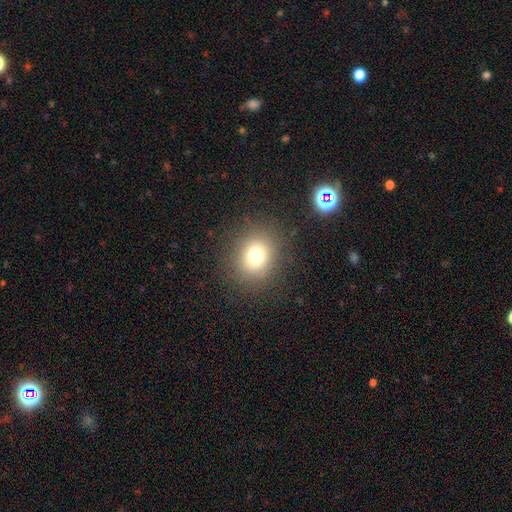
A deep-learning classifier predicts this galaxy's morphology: This is likely a smooth galaxy (74%). How rounded: likely round (74%). Merging: clearly none (85%).